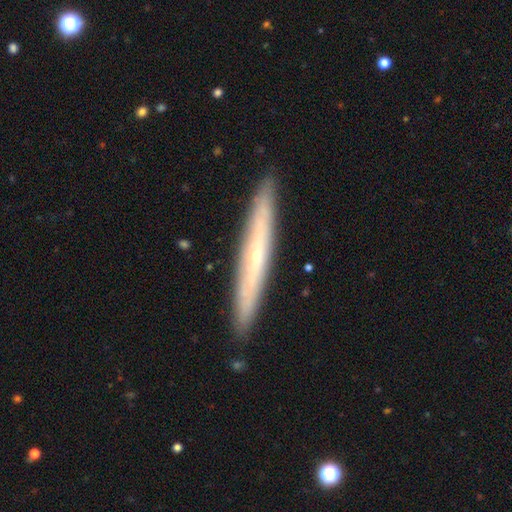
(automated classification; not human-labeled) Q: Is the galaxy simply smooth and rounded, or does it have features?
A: featured or disk — 62%.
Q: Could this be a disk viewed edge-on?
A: yes — 89%.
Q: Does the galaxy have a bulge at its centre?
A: rounded — 50%.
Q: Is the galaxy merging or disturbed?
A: none — 91%.